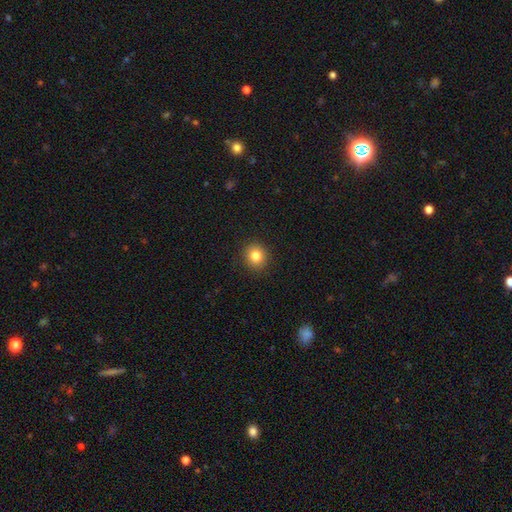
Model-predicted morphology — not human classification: This appears to be a smooth galaxy with no disk features (83%) that is round (89%). Merging: none (92%).